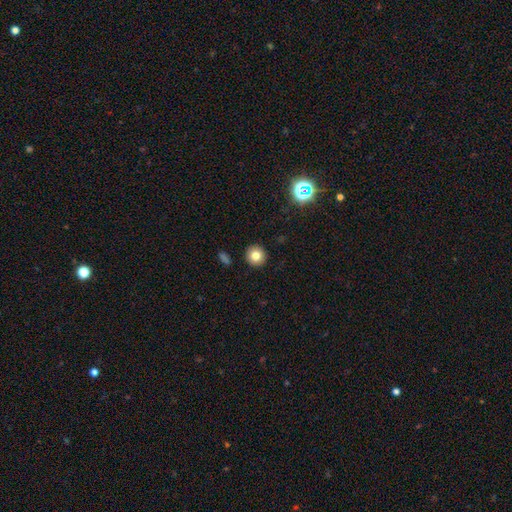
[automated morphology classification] A smooth galaxy with no disk features (80%) that is round (94%). Merging: none (92%).